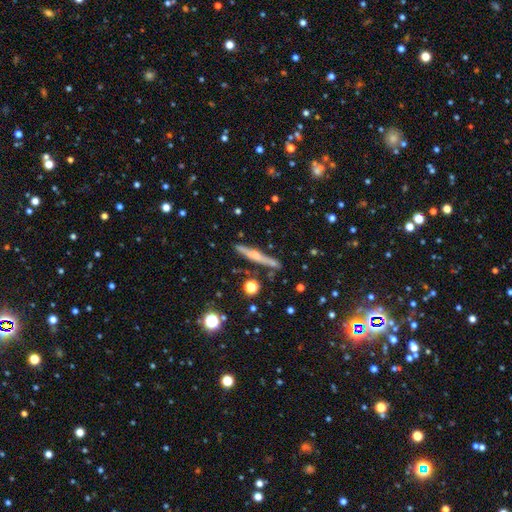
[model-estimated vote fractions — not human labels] A featured or disk galaxy (55%) viewed edge-on (95%) with a rounded central bulge (51%).

Vote fractions:
- Smooth or featured? featured or disk: 55% / smooth: 36% / star or artifact: 9%
- Edge-on disk? yes: 95% / no: 5%
- Edge-on bulge? rounded: 51% / none: 36% / boxy: 14%
- Merging? none: 82% / minor disturbance: 12% / merger: 4% / major disturbance: 3%